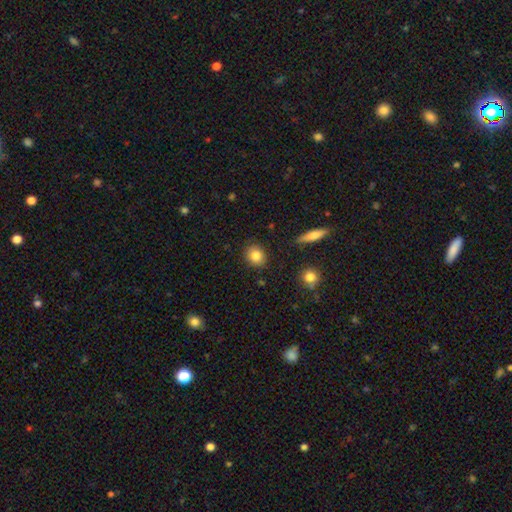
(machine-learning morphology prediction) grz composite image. It shows a smooth galaxy with no disk features (84%) that is round (70%). Merging: none (89%).